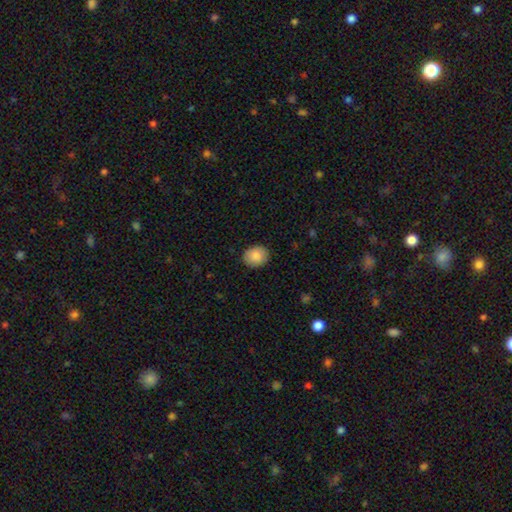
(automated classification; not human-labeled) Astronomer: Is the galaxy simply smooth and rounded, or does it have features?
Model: smooth — 85%.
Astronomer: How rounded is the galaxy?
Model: round — 61% (runner-up: in between, 38%).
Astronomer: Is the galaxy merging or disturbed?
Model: none — 89%.